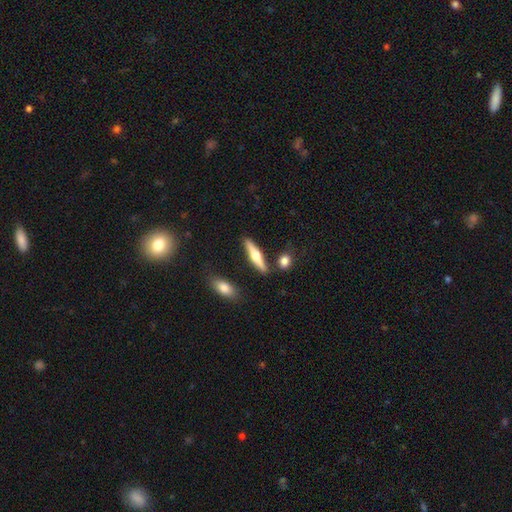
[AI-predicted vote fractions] Morphology: type=featured or disk (55%); edge-on=yes (95%); edge-on bulge=rounded (94%); merging=none (83%).